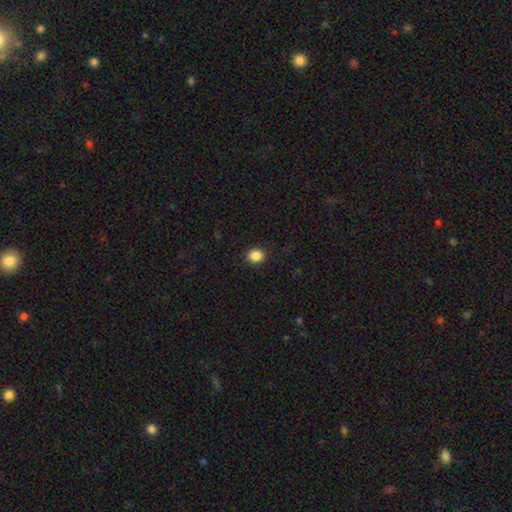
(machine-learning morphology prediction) Smooth or featured? Predicted: smooth (p=0.86). How rounded? Predicted: round (p=0.80). Merging? Predicted: none (p=0.92).